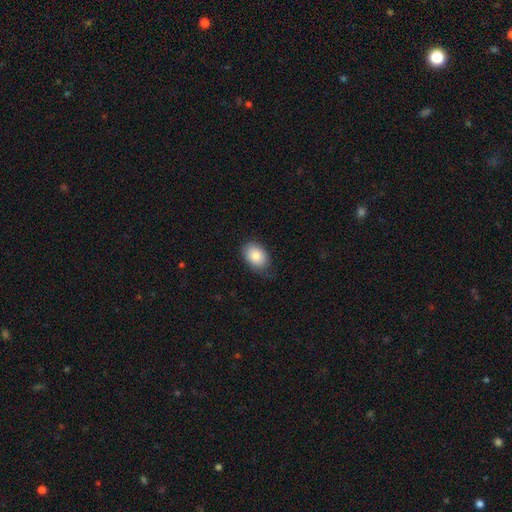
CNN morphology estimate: The model was most divided on "merging": none: 72%, minor disturbance: 22%, major disturbance: 5%, merger: 1%. More confident: smooth or featured — smooth (83%); how rounded — in between (82%).